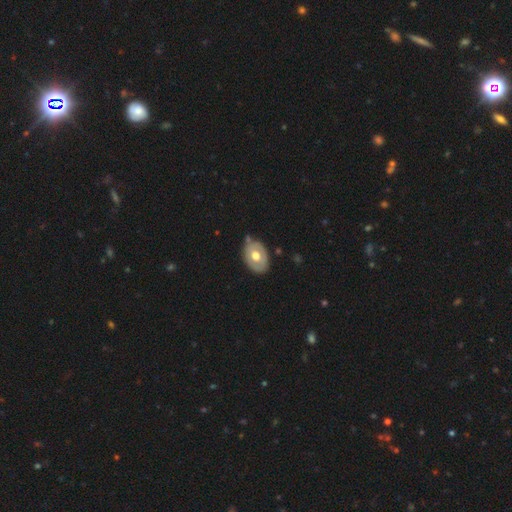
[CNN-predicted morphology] This is possibly a smooth galaxy (50%). How rounded: likely in between (75%). Merging: likely none (72%).